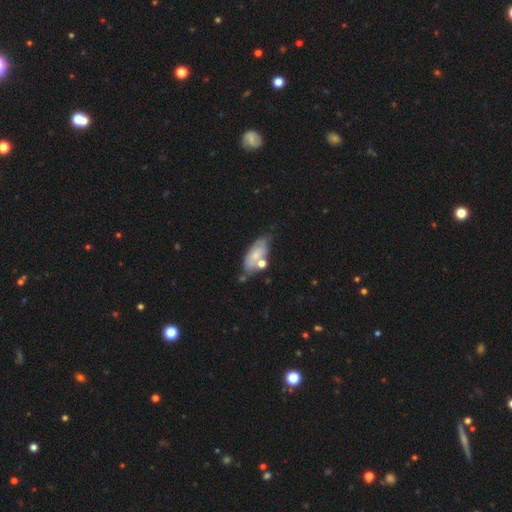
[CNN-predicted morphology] smooth_or_featured: smooth (p=0.57) [alt: featured or disk p=0.36]
how_rounded: in between (p=0.85) [alt: cigar-shaped p=0.11]
merging: none (p=0.49) [alt: minor disturbance p=0.27]